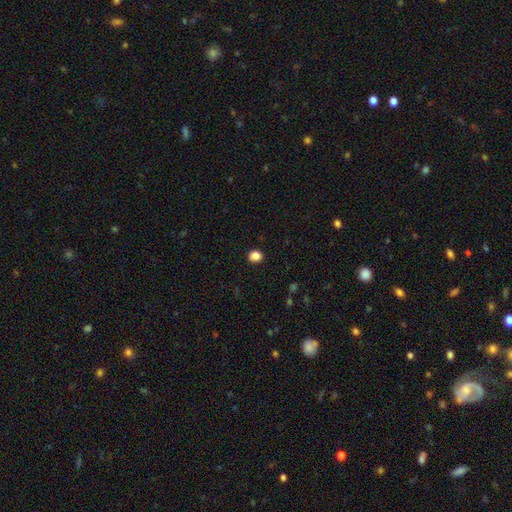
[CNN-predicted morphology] Smooth or featured?
  - smooth: 86% *
  - star or artifact: 10%
  - featured or disk: 3%
How rounded?
  - round: 73% *
  - in between: 26%
  - cigar-shaped: 1%
Merging?
  - none: 92% *
  - minor disturbance: 5%
  - major disturbance: 2%
  - merger: 1%